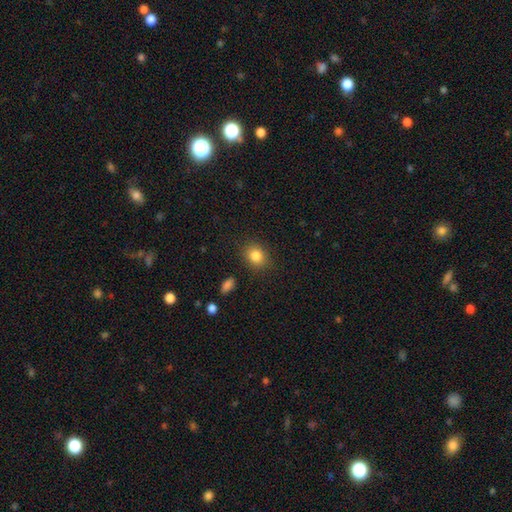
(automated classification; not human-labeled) A smooth galaxy with no disk features (85%) that is round (60%). Merging: none (86%).